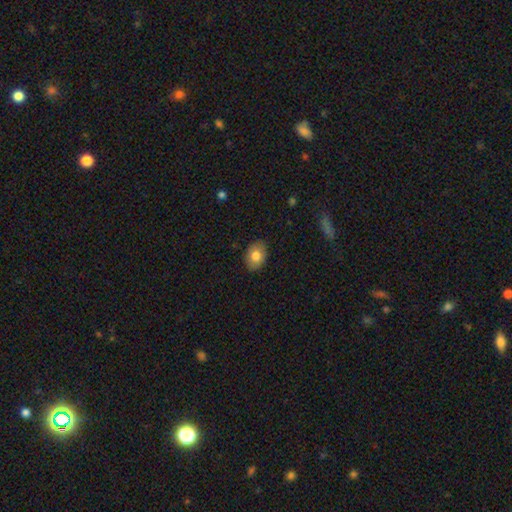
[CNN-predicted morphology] This appears to be a smooth galaxy with no disk features (79%) that is in between round and cigar-shaped (77%). Merging: none (87%).